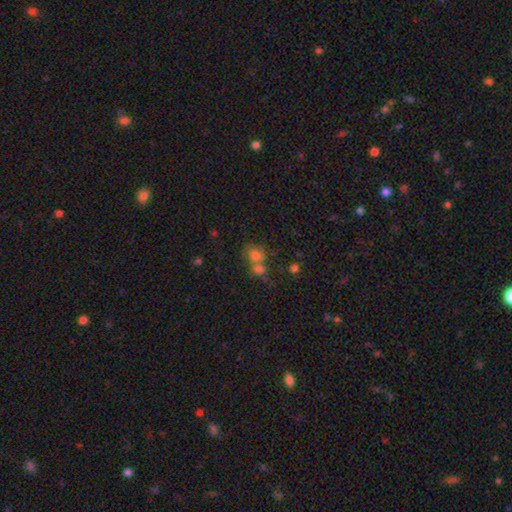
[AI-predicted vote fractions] smooth 72%, star or artifact 16%, featured or disk 12%. Down the decision tree: how rounded — round (58%); merging — merger (52%).